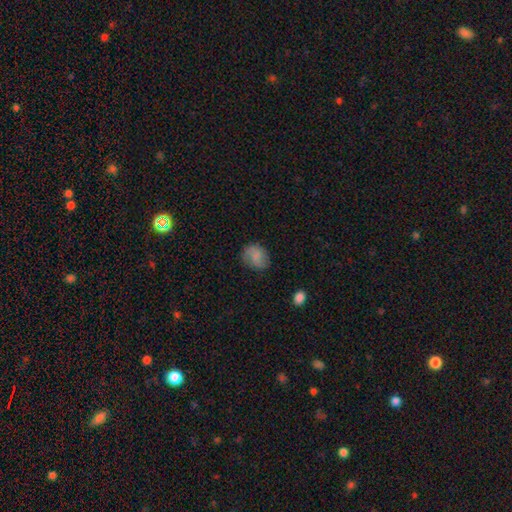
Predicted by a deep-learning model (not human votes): Smooth or featured? Predicted: smooth (p=0.69). How rounded? Predicted: round (p=0.54). Merging? Predicted: none (p=0.66).